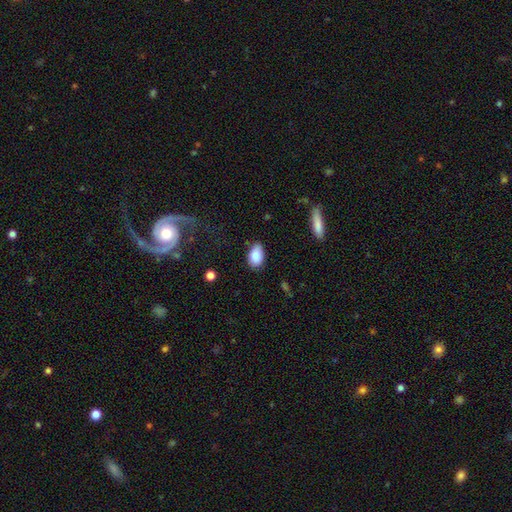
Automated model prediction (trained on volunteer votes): A smooth galaxy with no disk features (85%) that is in between round and cigar-shaped (92%). Merging: none (79%).